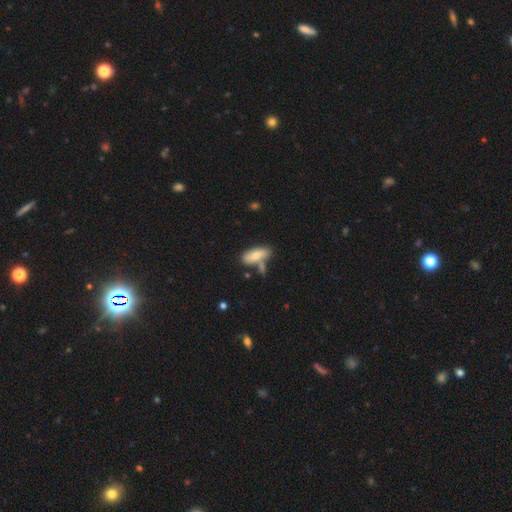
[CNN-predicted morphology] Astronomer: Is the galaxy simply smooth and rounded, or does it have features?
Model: smooth — 76%.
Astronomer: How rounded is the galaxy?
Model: in between — 74%.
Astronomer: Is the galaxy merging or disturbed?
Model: none — 54%.